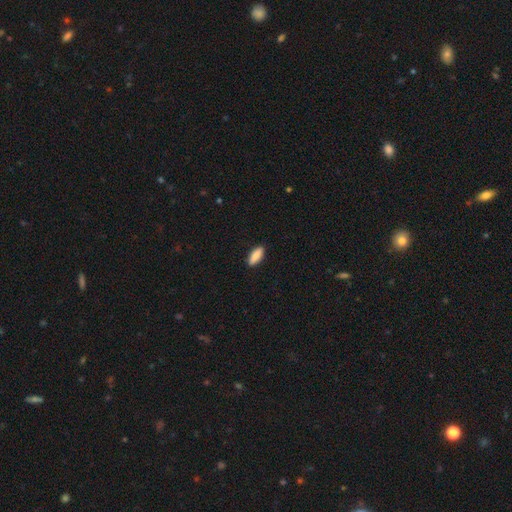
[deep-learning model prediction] Smooth or featured?
  - smooth: 87% *
  - featured or disk: 7%
  - star or artifact: 6%
How rounded?
  - in between: 69% *
  - cigar-shaped: 28%
  - round: 2%
Merging?
  - none: 89% *
  - minor disturbance: 8%
  - major disturbance: 2%
  - merger: 1%